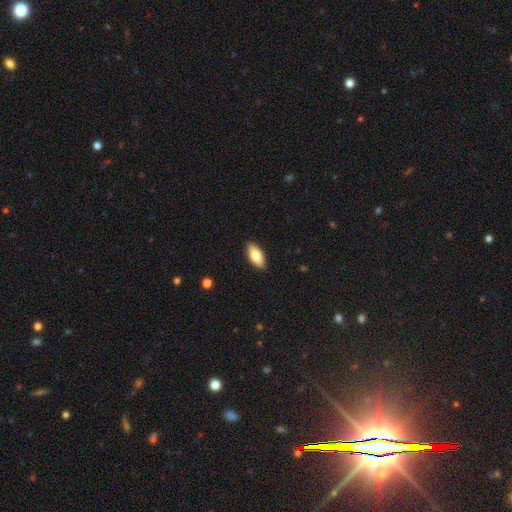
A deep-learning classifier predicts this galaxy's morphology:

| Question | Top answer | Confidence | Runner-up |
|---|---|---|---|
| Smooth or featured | smooth | 77% | featured or disk (17%) |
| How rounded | in between | 84% | cigar-shaped (13%) |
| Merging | none | 89% | minor disturbance (8%) |